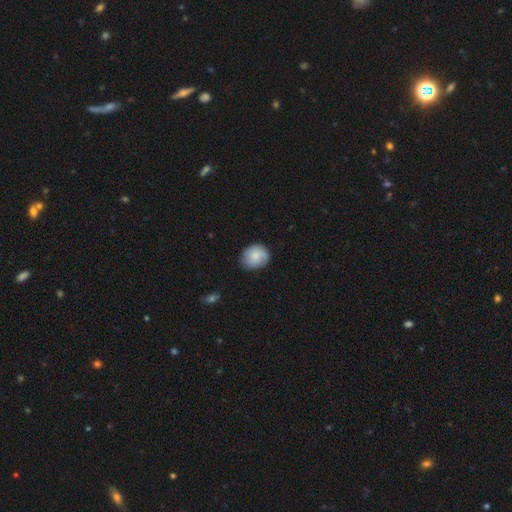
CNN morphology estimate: Overall: smooth (80%). How rounded: round (62%; in between 37%). Merging: none (73%).